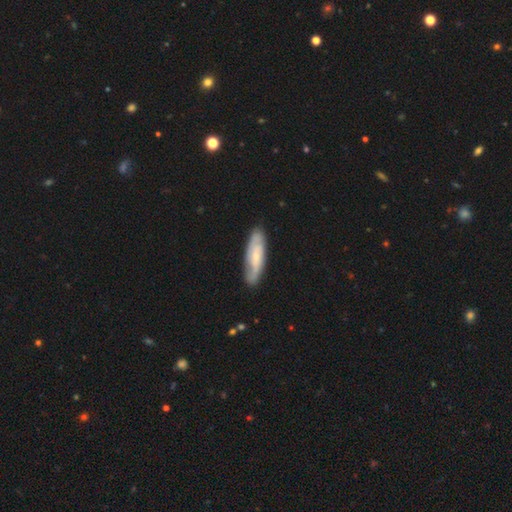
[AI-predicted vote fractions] Smooth or featured: featured or disk — 59% (smooth — 35%)
Edge-on disk: no — 77% (yes — 23%)
Merging: none — 80% (minor disturbance — 15%)